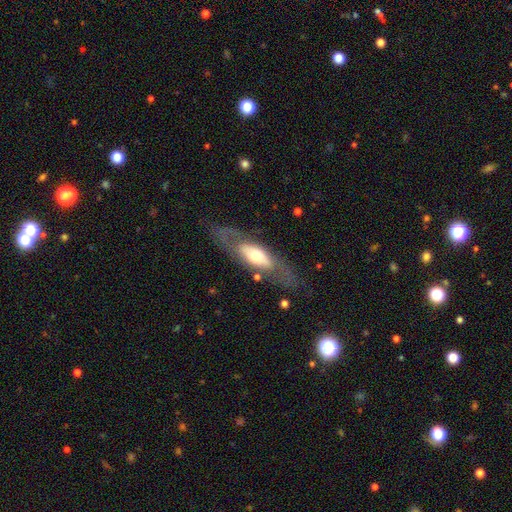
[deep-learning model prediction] This is possibly a featured or disk galaxy (57%). It is likely not viewed edge-on (68%). Merging: likely none (67%).